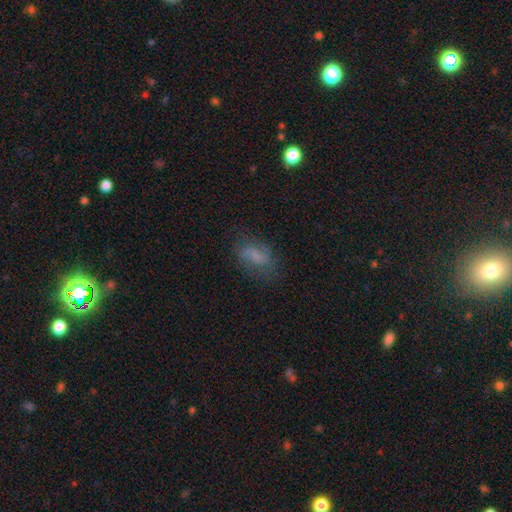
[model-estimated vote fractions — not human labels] smooth 54%, featured or disk 34%, star or artifact 12%. Down the decision tree: how rounded — in between (84%); merging — none (64%).